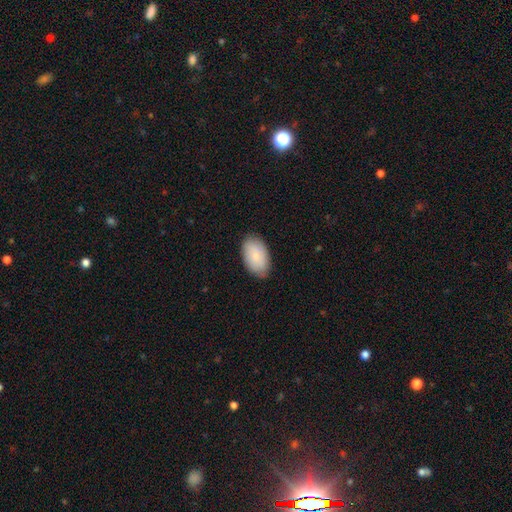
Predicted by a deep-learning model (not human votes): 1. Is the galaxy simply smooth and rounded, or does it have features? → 88% smooth, 7% featured or disk, 6% star or artifact.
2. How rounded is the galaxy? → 95% in between, 4% round, 1% cigar-shaped.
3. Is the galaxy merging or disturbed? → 85% none, 12% minor disturbance, 2% major disturbance, 1% merger.